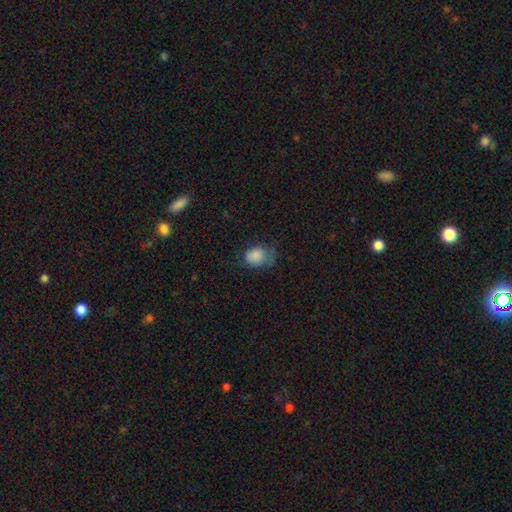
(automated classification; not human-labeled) smooth-or-featured: smooth: 80% | featured or disk: 10% | star or artifact: 10%
  how-rounded: in between: 59% | round: 39% | cigar-shaped: 1%
  merging: none: 47% | minor disturbance: 32% | major disturbance: 19% | merger: 2%